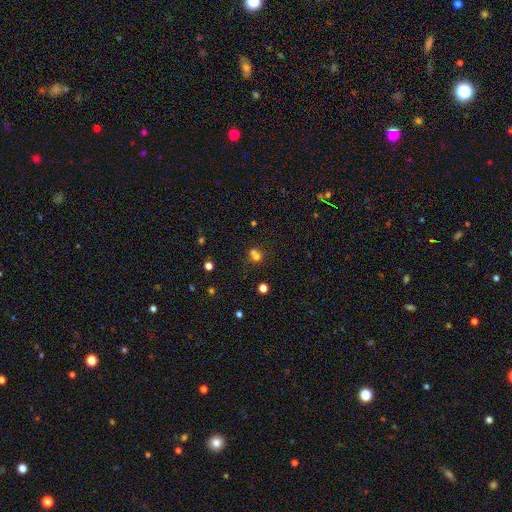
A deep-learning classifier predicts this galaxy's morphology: Smooth or featured: smooth — 67% (star or artifact — 20%)
How rounded: round — 77% (in between — 22%)
Merging: merger — 47% (none — 41%)